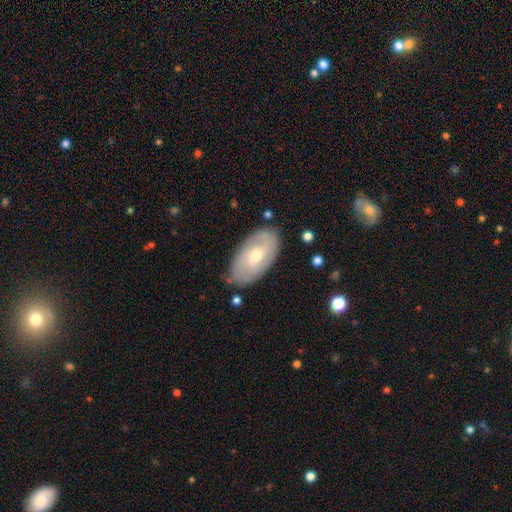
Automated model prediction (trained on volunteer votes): Smooth or featured? featured or disk (51%)
Edge-on disk? no (90%)
Merging? none (81%)